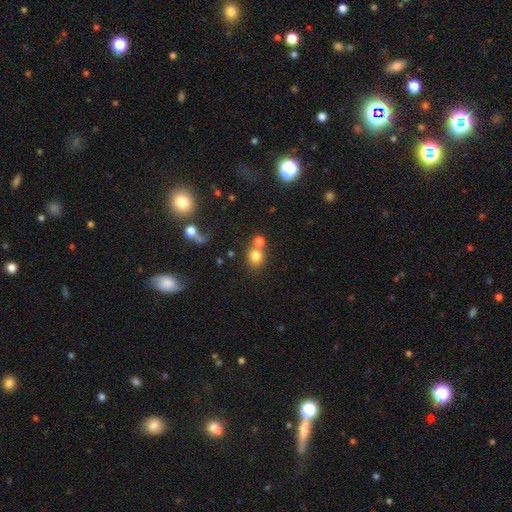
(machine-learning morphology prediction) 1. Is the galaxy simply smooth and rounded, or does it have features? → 78% smooth, 13% star or artifact, 9% featured or disk.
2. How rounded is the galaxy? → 75% round, 24% in between, 1% cigar-shaped.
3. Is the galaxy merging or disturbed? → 53% none, 33% merger, 9% minor disturbance, 5% major disturbance.